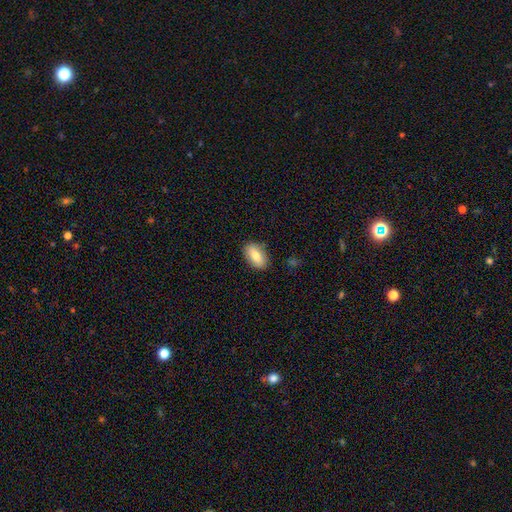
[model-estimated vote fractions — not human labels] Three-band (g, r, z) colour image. It shows a smooth galaxy with no disk features (74%) that is in between round and cigar-shaped (90%). Merging: none (84%).